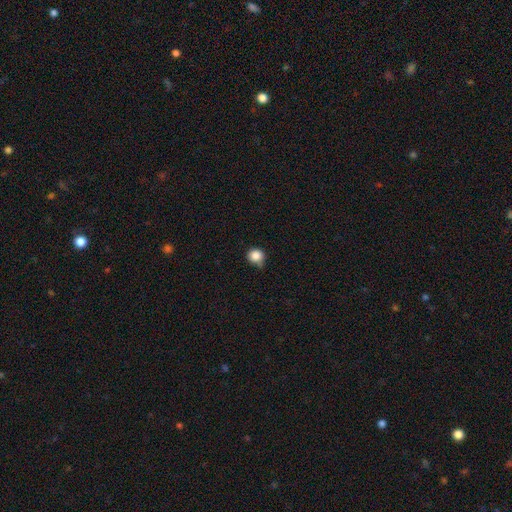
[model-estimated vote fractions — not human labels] This is clearly a smooth galaxy (86%). How rounded: clearly round (88%). Merging: likely none (60%).